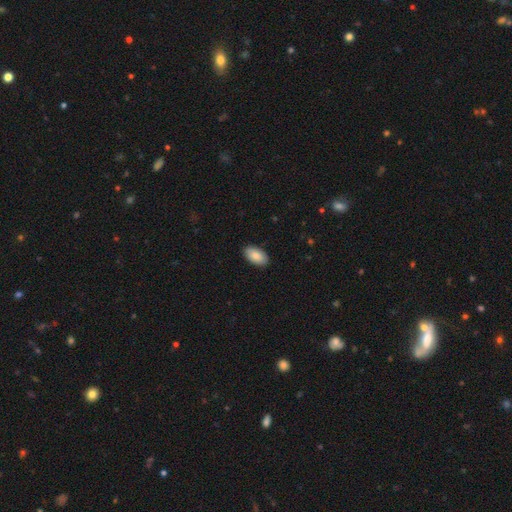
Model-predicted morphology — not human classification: Smooth or featured?
  - smooth: 86% *
  - featured or disk: 8%
  - star or artifact: 6%
How rounded?
  - in between: 95% *
  - round: 3%
  - cigar-shaped: 2%
Merging?
  - none: 89% *
  - minor disturbance: 8%
  - major disturbance: 2%
  - merger: 1%